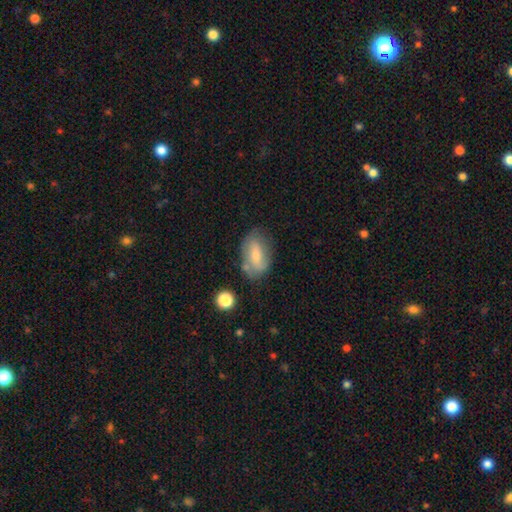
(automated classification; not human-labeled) Smooth or featured? Predicted: smooth (p=0.51). How rounded? Predicted: in between (p=0.88). Merging? Predicted: none (p=0.67).